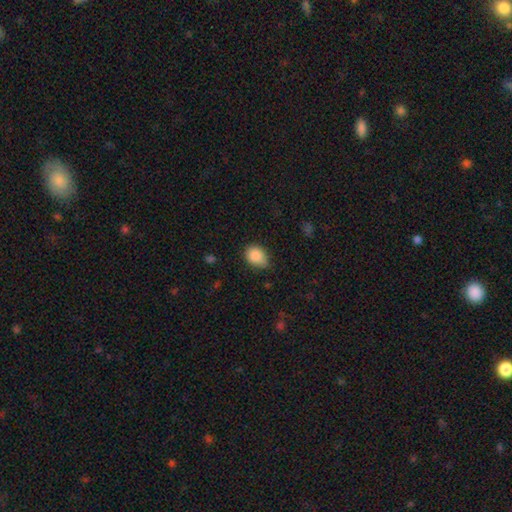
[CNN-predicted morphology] Smooth or featured? Predicted: smooth (p=0.87). How rounded? Predicted: in between (p=0.57). Merging? Predicted: none (p=0.60).